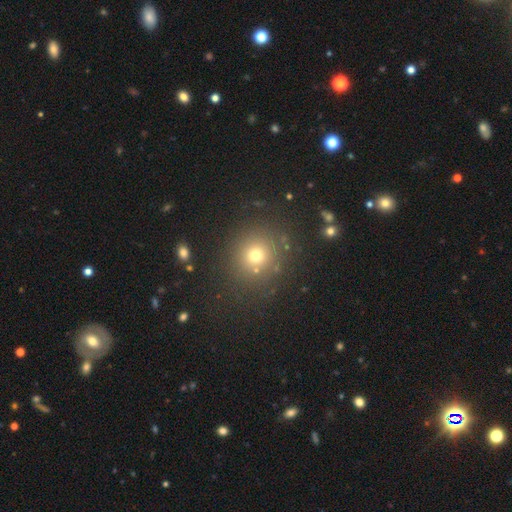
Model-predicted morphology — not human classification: Smooth or featured? smooth (72%)
How rounded? round (89%)
Merging? none (84%)